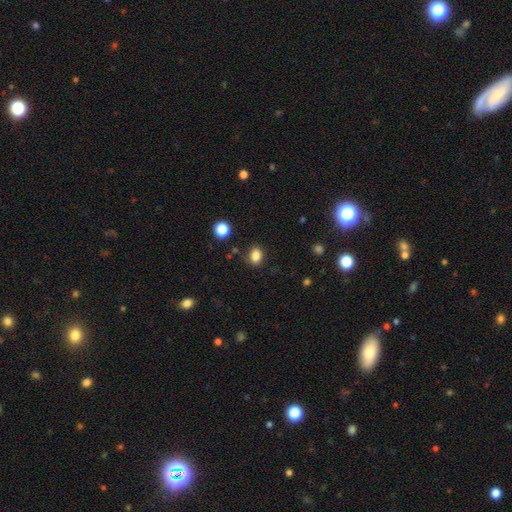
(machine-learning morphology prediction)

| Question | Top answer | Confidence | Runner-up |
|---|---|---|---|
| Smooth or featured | smooth | 84% | star or artifact (11%) |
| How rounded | in between | 53% | round (46%) |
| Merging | none | 83% | minor disturbance (11%) |